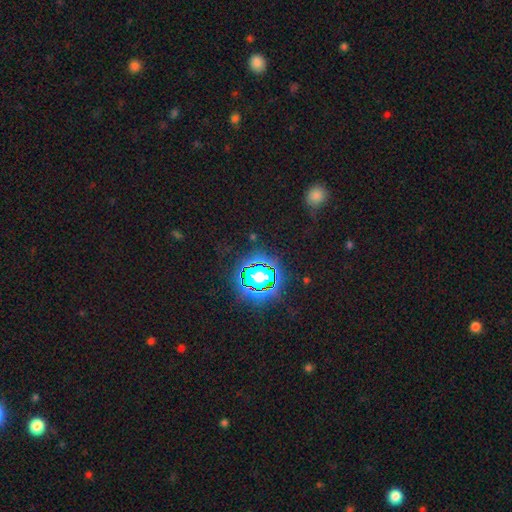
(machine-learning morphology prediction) Smooth or featured?
  - star or artifact: 76% *
  - smooth: 15%
  - featured or disk: 8%